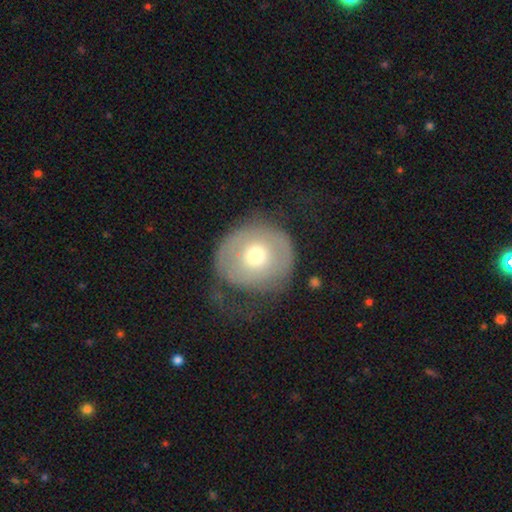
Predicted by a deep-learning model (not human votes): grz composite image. It shows a smooth galaxy with no disk features (53%) that is round (83%). Merging: none (44%).